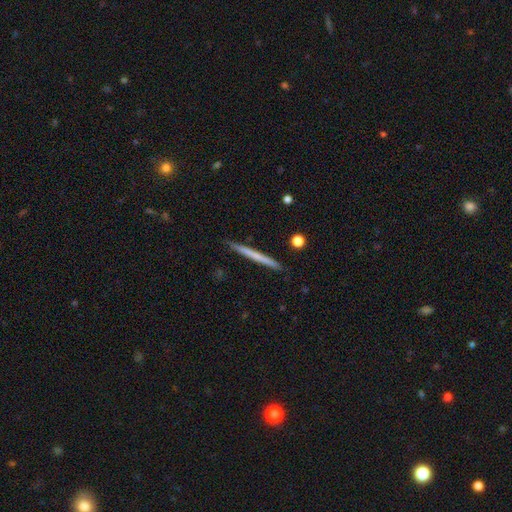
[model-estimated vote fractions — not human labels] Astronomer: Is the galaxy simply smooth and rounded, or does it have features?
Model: smooth — 51% (runner-up: featured or disk, 43%).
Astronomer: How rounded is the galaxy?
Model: cigar-shaped — 97%.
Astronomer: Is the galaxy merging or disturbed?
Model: none — 92%.